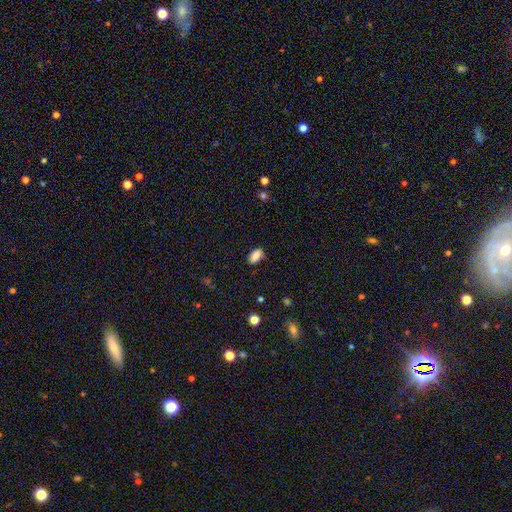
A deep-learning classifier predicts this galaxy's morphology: smooth 86%, star or artifact 9%, featured or disk 5%. Down the decision tree: how rounded — in between (91%); merging — none (81%).